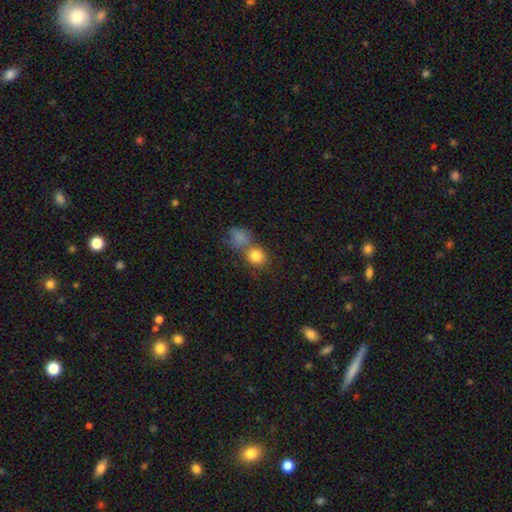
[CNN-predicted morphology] Smooth or featured? Predicted: smooth (p=0.82). How rounded? Predicted: round (p=0.77). Merging? Predicted: none (p=0.44).